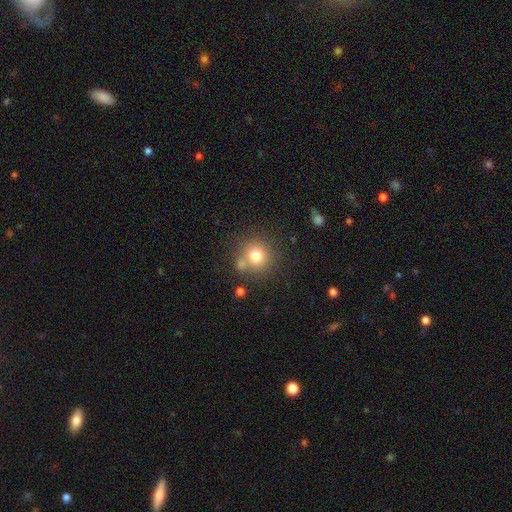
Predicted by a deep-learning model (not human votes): Smooth or featured?
  - smooth: 77% *
  - star or artifact: 13%
  - featured or disk: 10%
How rounded?
  - round: 91% *
  - in between: 8%
  - cigar-shaped: 1%
Merging?
  - none: 69% *
  - merger: 15%
  - minor disturbance: 12%
  - major disturbance: 4%